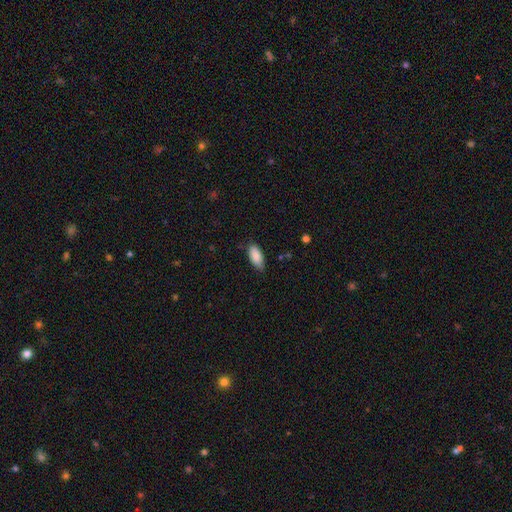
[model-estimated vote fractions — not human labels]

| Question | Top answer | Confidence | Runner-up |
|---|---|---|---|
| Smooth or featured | smooth | 88% | star or artifact (6%) |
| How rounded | in between | 89% | cigar-shaped (9%) |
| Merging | none | 78% | minor disturbance (18%) |